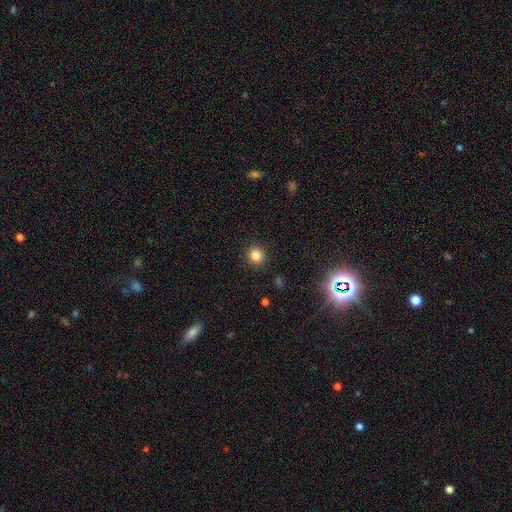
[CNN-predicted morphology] Smooth or featured? smooth (83%)
How rounded? round (92%)
Merging? none (91%)